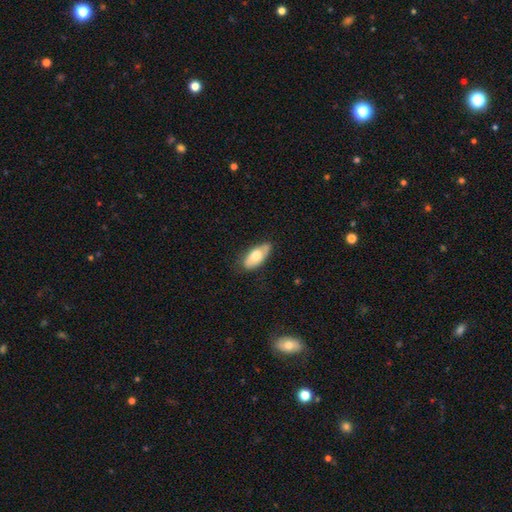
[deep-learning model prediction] This appears to be a smooth galaxy with no disk features (67%) that is in between round and cigar-shaped (87%). Merging: none (73%).